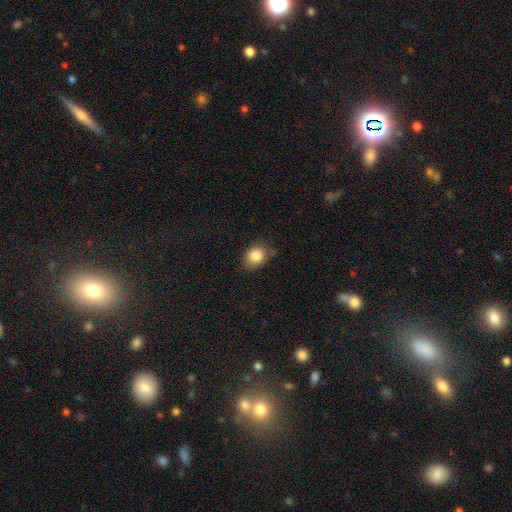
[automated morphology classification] smooth_or_featured: smooth (p=0.85) [alt: star or artifact p=0.09]
how_rounded: round (p=0.54) [alt: in between p=0.45]
merging: none (p=0.71) [alt: minor disturbance p=0.23]